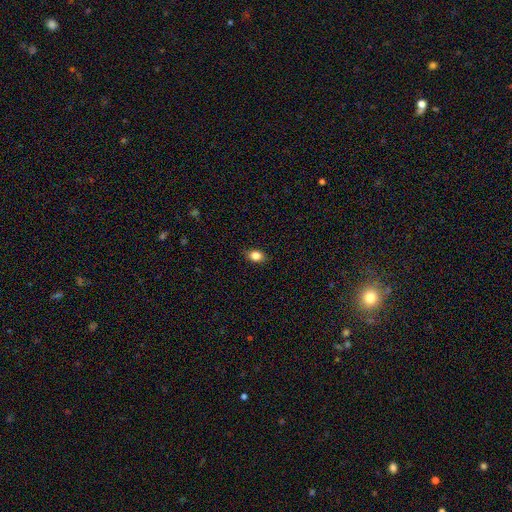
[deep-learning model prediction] This appears to be a smooth galaxy with no disk features (84%) that is in between round and cigar-shaped (74%). Merging: none (87%).